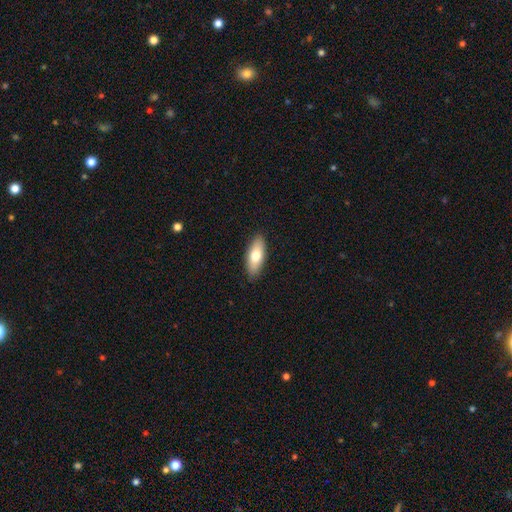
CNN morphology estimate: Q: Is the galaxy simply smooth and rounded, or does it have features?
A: smooth — 72%.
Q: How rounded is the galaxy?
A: in between — 79%.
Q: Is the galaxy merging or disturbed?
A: none — 89%.